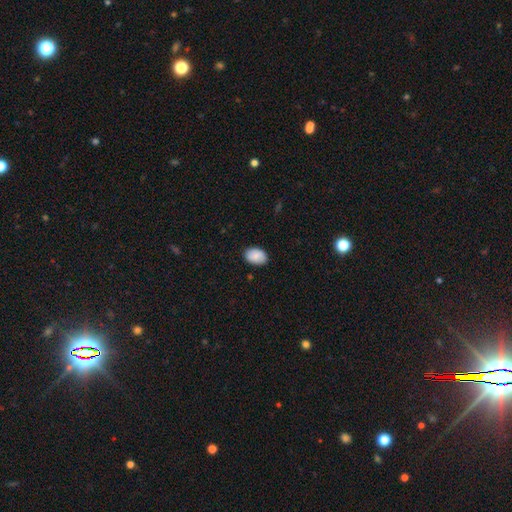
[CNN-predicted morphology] Smooth or featured?
  - smooth: 86% *
  - featured or disk: 7%
  - star or artifact: 7%
How rounded?
  - in between: 86% *
  - round: 13%
  - cigar-shaped: 1%
Merging?
  - none: 85% *
  - minor disturbance: 11%
  - major disturbance: 2%
  - merger: 1%